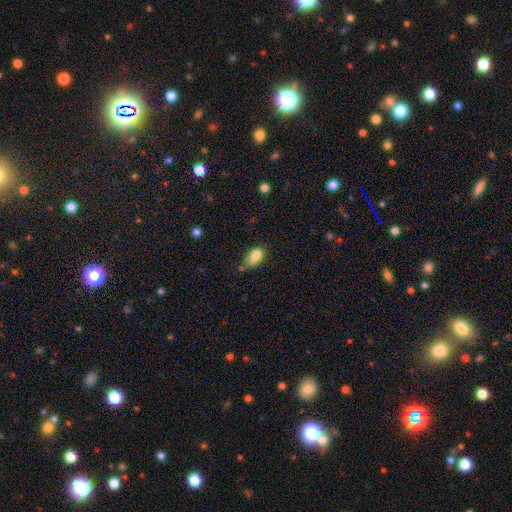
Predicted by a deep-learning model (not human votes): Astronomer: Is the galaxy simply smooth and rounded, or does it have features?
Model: smooth — 83%.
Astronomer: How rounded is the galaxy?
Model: in between — 88%.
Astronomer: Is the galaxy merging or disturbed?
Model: none — 40% (runner-up: minor disturbance, 37%).